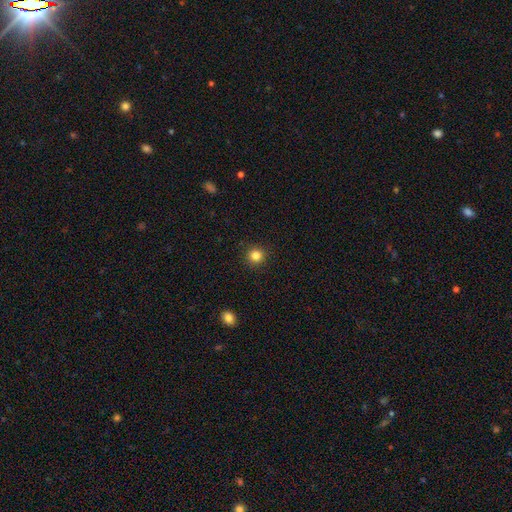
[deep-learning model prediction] The model was most divided on "smooth or featured": smooth: 84%, star or artifact: 12%, featured or disk: 4%. More confident: how rounded — round (94%); merging — none (92%).